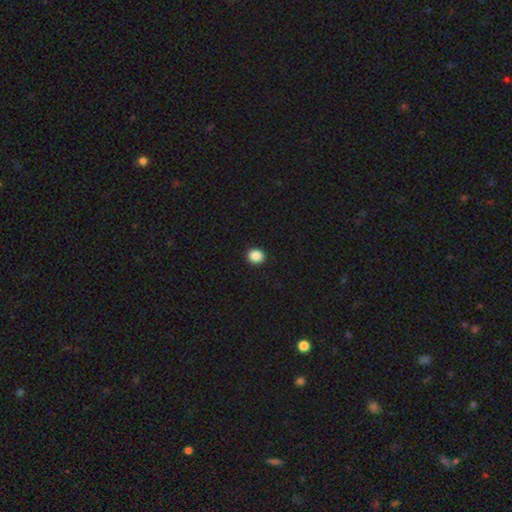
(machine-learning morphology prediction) Smooth or featured?
  - smooth: 88% *
  - star or artifact: 10%
  - featured or disk: 3%
How rounded?
  - round: 83% *
  - in between: 16%
  - cigar-shaped: 1%
Merging?
  - none: 93% *
  - minor disturbance: 5%
  - major disturbance: 1%
  - merger: 1%